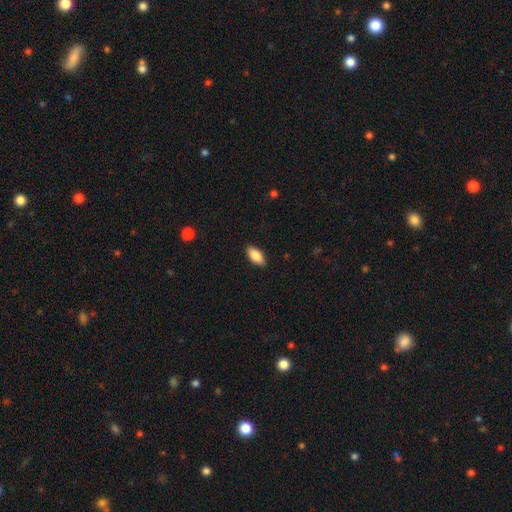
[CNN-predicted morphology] Smooth or featured? Predicted: smooth (p=0.87). How rounded? Predicted: in between (p=0.90). Merging? Predicted: none (p=0.89).